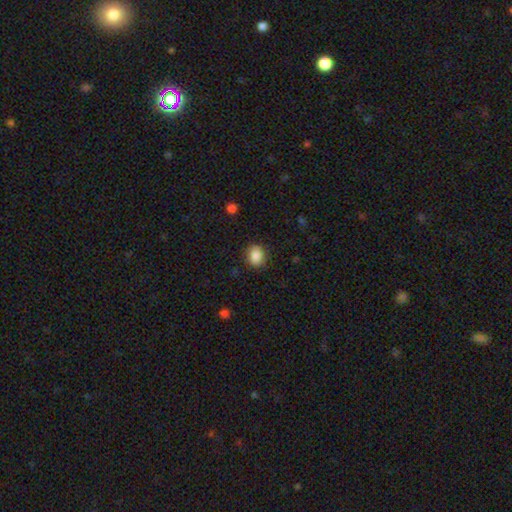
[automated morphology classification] This appears to be a smooth galaxy with no disk features (87%) that is round (56%). Merging: none (86%).